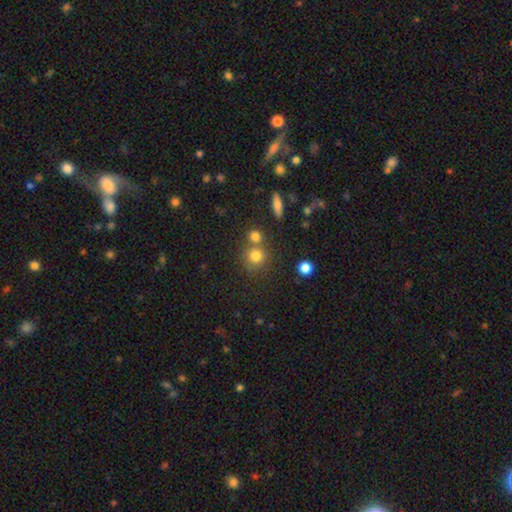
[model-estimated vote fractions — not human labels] smooth 78%, star or artifact 13%, featured or disk 9%. Down the decision tree: how rounded — round (87%); merging — none (59%).